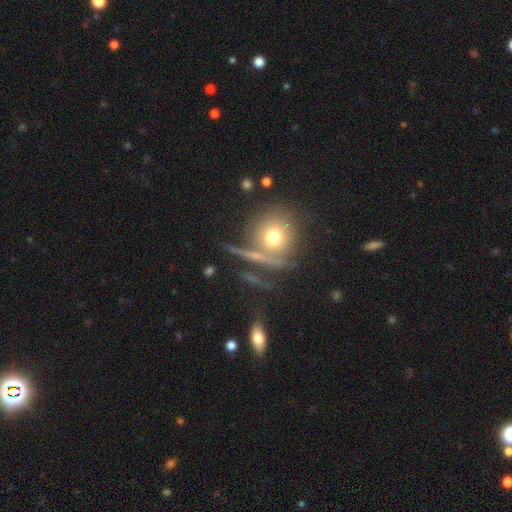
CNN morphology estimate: Smooth or featured?
  - smooth: 56% *
  - featured or disk: 29%
  - star or artifact: 15%
How rounded?
  - round: 82% *
  - in between: 11%
  - cigar-shaped: 7%
Merging?
  - none: 64% *
  - merger: 16%
  - minor disturbance: 13%
  - major disturbance: 7%